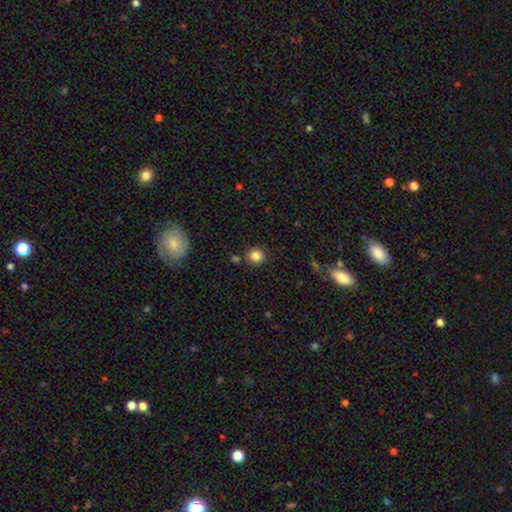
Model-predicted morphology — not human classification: Smooth or featured: smooth — 84% (star or artifact — 11%)
How rounded: round — 91% (in between — 8%)
Merging: none — 85% (minor disturbance — 8%)